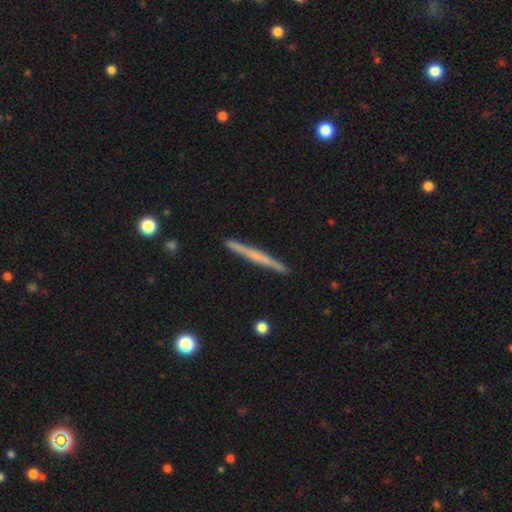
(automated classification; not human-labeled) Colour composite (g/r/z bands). It shows a featured or disk galaxy (54%) viewed edge-on (98%) with no central bulge (68%). Merging: none (92%).